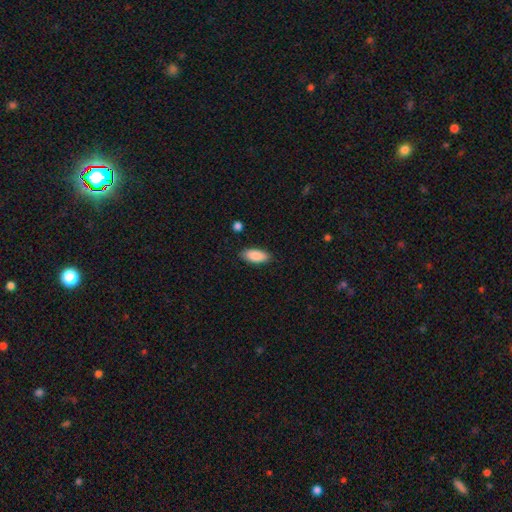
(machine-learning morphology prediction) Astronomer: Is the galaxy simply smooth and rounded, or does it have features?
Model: smooth — 89%.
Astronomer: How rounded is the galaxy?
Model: in between — 86%.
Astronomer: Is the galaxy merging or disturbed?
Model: none — 87%.